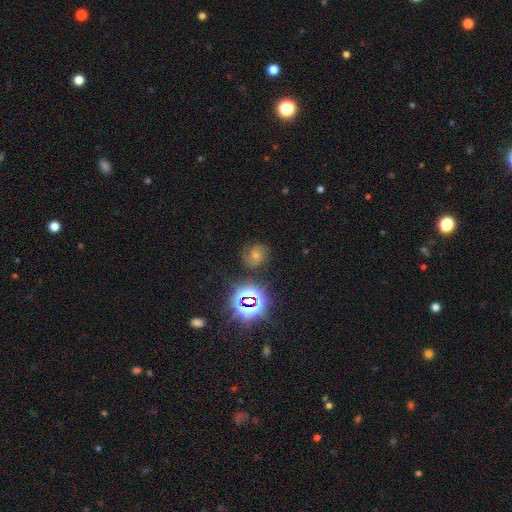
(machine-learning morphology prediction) Smooth or featured?
  - featured or disk: 51% *
  - star or artifact: 26%
  - smooth: 23%
Edge-on disk?
  - no: 97% *
  - yes: 3%
Merging?
  - none: 71% *
  - minor disturbance: 18%
  - major disturbance: 8%
  - merger: 3%